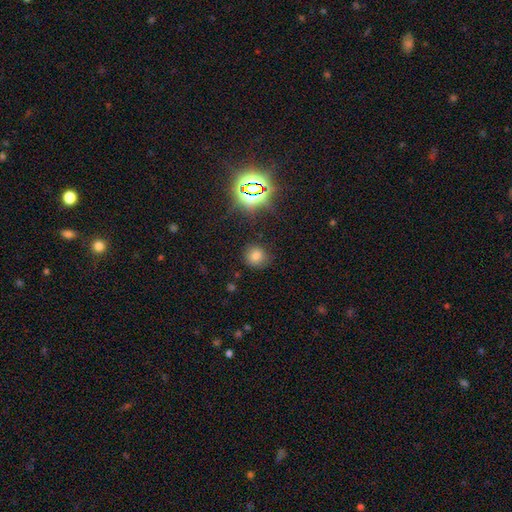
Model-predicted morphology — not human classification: A smooth galaxy with no disk features (70%) that is round (85%).

Vote fractions:
- Smooth or featured? smooth: 70% / star or artifact: 23% / featured or disk: 8%
- How rounded? round: 85% / in between: 14% / cigar-shaped: 1%
- Merging? none: 82% / minor disturbance: 12% / major disturbance: 4% / merger: 2%